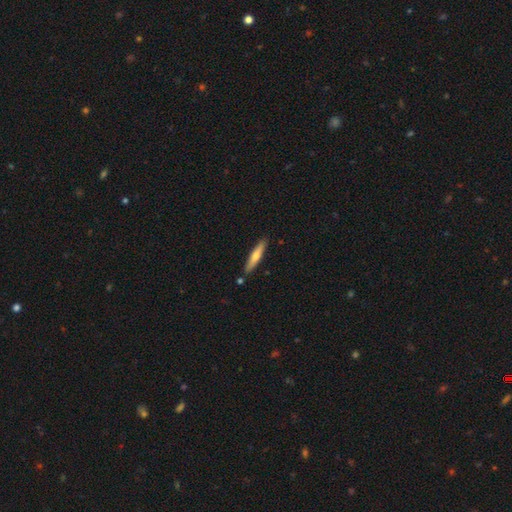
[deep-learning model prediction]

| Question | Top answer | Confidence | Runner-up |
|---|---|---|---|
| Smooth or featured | smooth | 58% | featured or disk (37%) |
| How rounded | cigar-shaped | 88% | in between (10%) |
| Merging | none | 85% | minor disturbance (10%) |